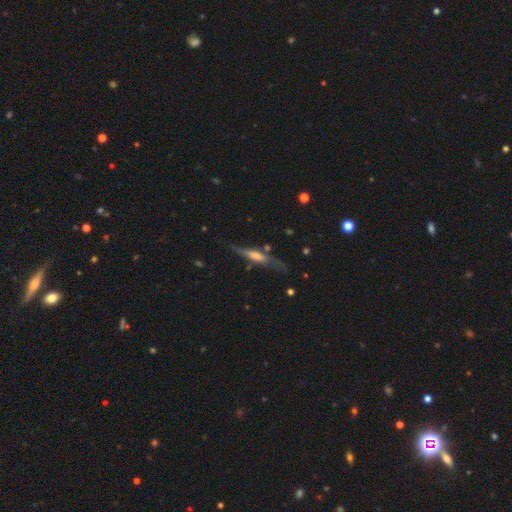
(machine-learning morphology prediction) A featured or disk galaxy (63%) viewed edge-on (83%) with a rounded central bulge (53%). Merging: none (66%).